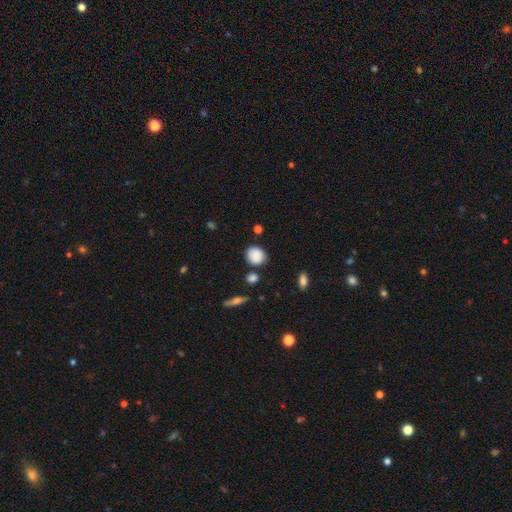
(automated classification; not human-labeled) smooth 84%, star or artifact 9%, featured or disk 7%. Down the decision tree: how rounded — round (72%); merging — none (76%).